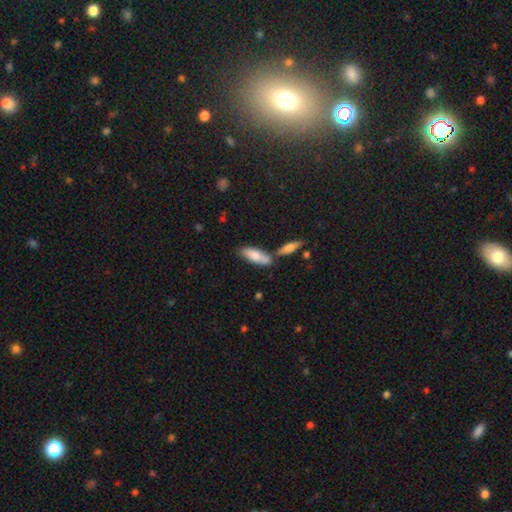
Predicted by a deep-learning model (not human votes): smooth 79%, featured or disk 16%, star or artifact 6%. Down the decision tree: how rounded — in between (65%); merging — none (55%).